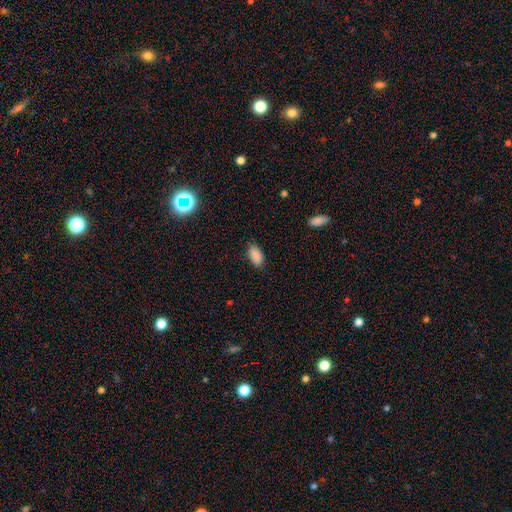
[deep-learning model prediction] Overall: smooth (89%). How rounded: in between (93%). Merging: none (84%).